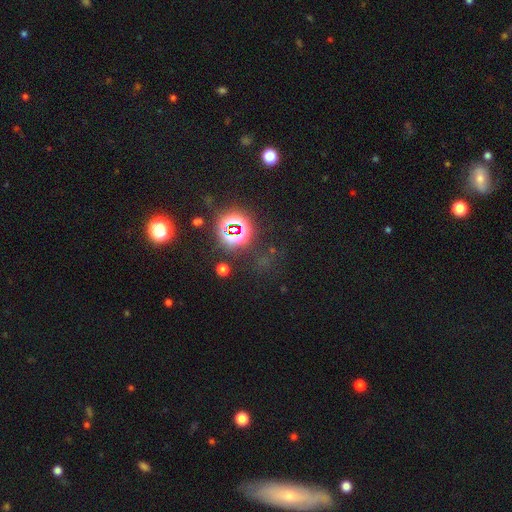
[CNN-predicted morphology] smooth-or-featured: star or artifact: 79% | smooth: 12% | featured or disk: 9%